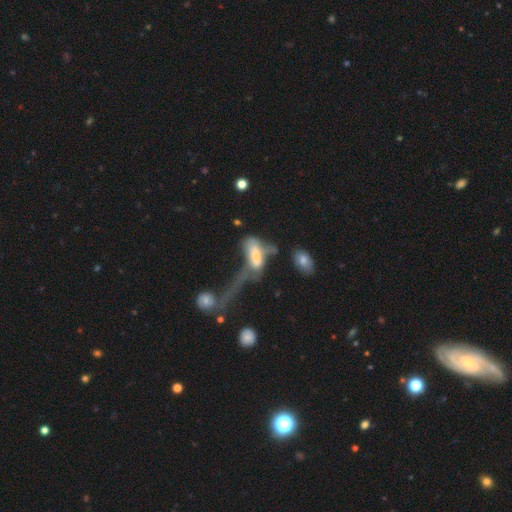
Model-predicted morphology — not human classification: Smooth or featured? smooth (52%)
How rounded? in between (79%)
Merging? major disturbance (43%)